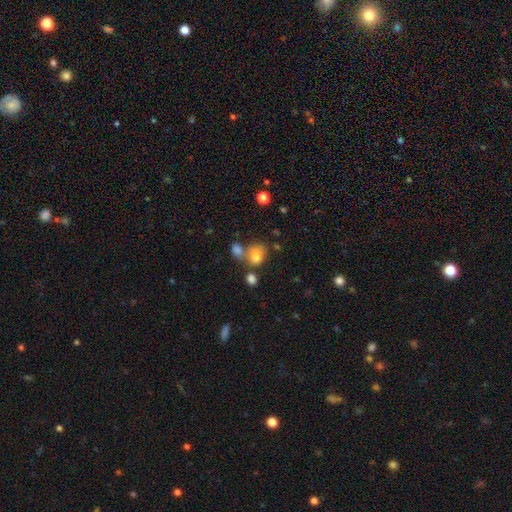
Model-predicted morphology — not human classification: Overall: smooth (76%). How rounded: in between (60%; round 39%). Merging: none (42%; merger 38%).